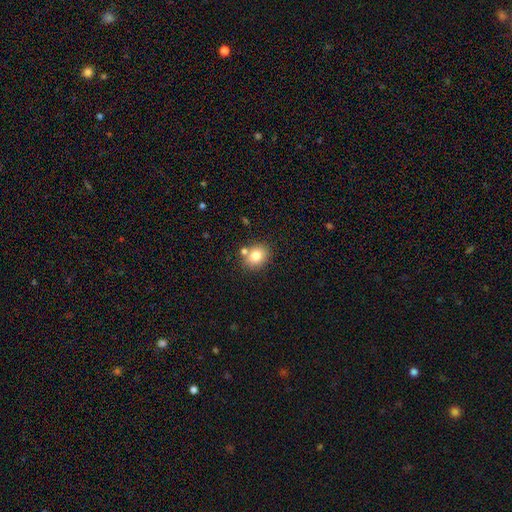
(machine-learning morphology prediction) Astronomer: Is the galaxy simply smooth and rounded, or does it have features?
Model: smooth — 80%.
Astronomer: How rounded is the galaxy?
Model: round — 56% (runner-up: in between, 44%).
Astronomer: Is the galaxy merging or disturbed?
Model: none — 71%.